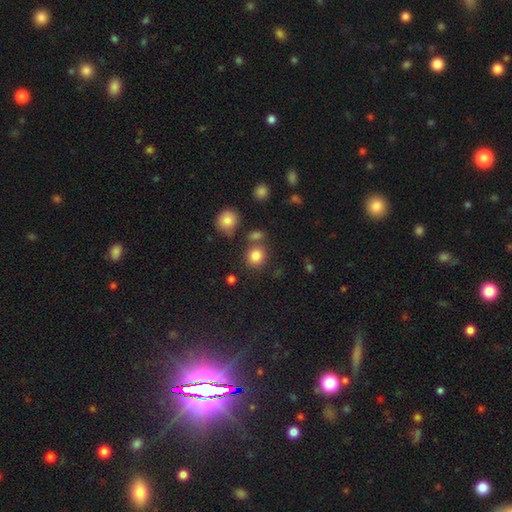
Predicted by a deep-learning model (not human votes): smooth 83%, star or artifact 12%, featured or disk 6%. Down the decision tree: how rounded — round (82%); merging — none (72%).